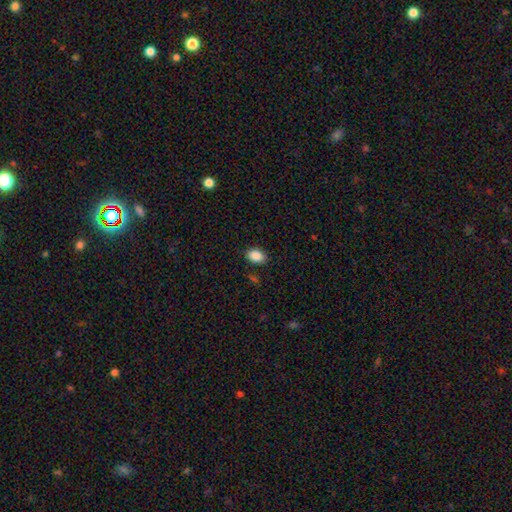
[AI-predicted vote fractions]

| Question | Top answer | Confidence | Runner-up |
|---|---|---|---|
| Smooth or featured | smooth | 87% | star or artifact (8%) |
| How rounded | in between | 79% | round (19%) |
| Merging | none | 86% | minor disturbance (10%) |